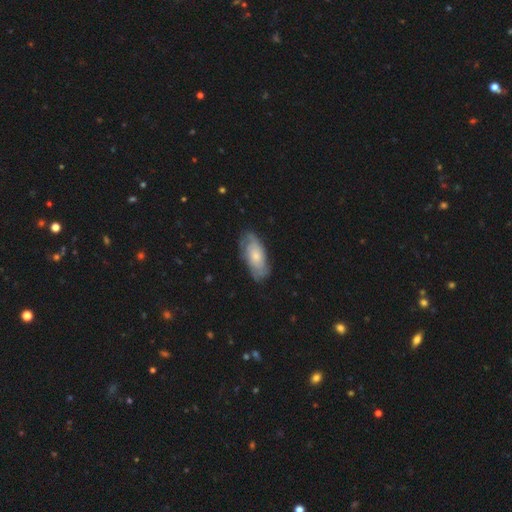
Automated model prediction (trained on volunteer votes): Morphology: type=featured or disk (59%); edge-on=no (91%); bar=no (80%); spiral arms=yes (83%); bulge=small (56%); merging=none (71%).